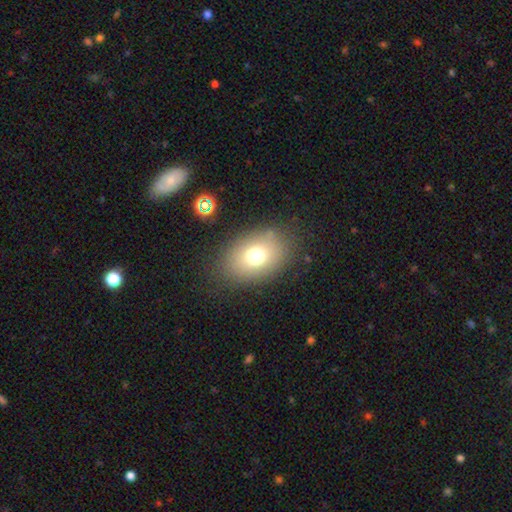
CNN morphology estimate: Smooth or featured: smooth — 70% (star or artifact — 15%)
How rounded: in between — 70% (round — 29%)
Merging: none — 82% (minor disturbance — 11%)